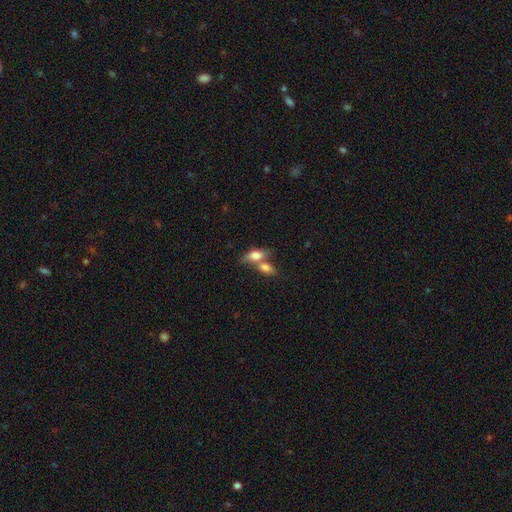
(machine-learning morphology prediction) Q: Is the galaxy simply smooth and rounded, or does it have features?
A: smooth — 75%.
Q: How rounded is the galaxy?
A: in between — 80%.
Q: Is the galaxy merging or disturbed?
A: merger — 58%.